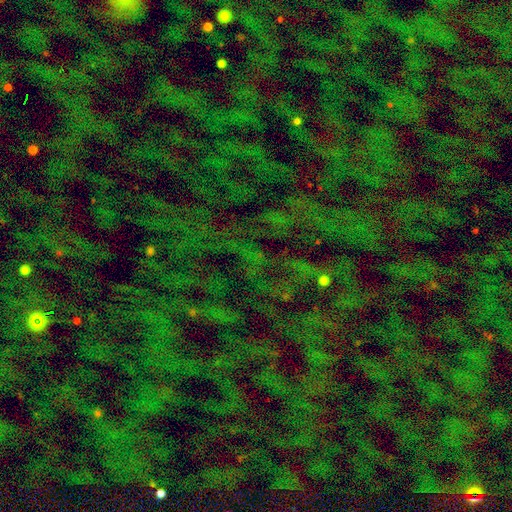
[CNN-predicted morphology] A star or artifact, not a galaxy (72%).